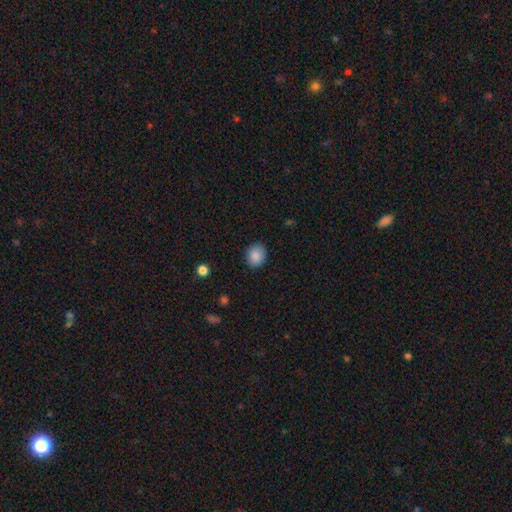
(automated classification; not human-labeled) smooth_or_featured: smooth (p=0.87) [alt: star or artifact p=0.08]
how_rounded: round (p=0.63) [alt: in between p=0.36]
merging: none (p=0.88) [alt: minor disturbance p=0.09]